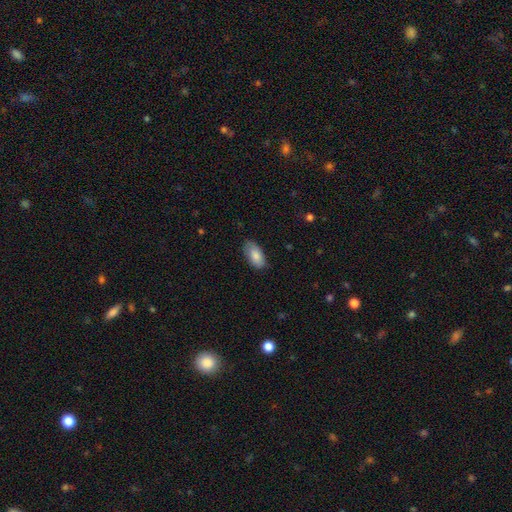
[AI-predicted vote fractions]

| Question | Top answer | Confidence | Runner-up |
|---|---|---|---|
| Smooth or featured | smooth | 84% | featured or disk (10%) |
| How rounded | in between | 94% | cigar-shaped (4%) |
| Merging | none | 77% | minor disturbance (18%) |